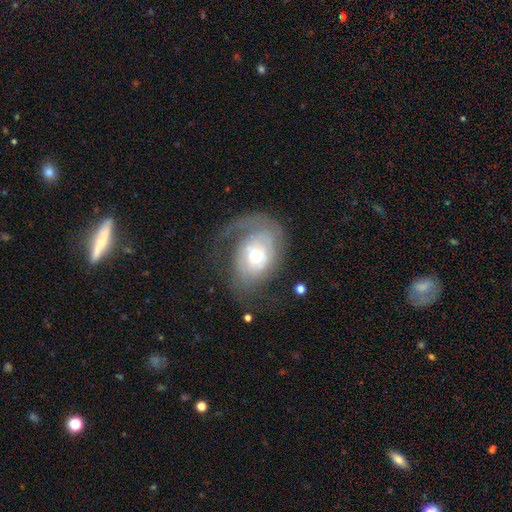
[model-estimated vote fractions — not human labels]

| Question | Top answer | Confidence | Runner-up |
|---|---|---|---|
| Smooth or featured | featured or disk | 65% | smooth (28%) |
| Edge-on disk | no | 95% | yes (5%) |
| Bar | no | 70% | weak (24%) |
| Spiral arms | yes | 75% | no (25%) |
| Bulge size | moderate | 65% | small (20%) |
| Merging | none | 38% | tied: major disturbance (38%) |